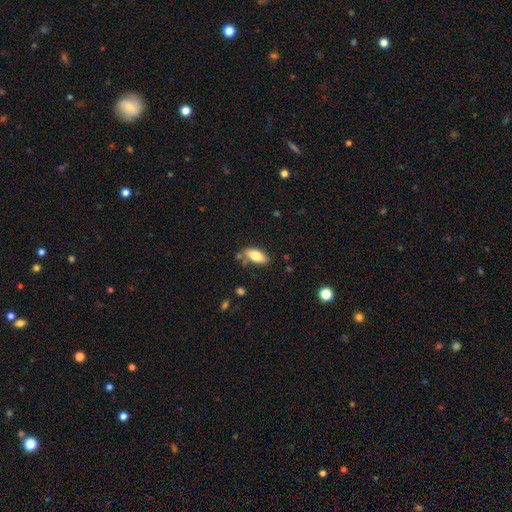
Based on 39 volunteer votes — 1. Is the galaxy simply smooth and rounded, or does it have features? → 74% smooth, 23% featured or disk, 3% star or artifact.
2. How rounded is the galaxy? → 90% in between, 10% cigar-shaped, 0% round.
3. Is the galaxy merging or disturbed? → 74% none, 16% minor disturbance, 5% major disturbance, 5% merger.